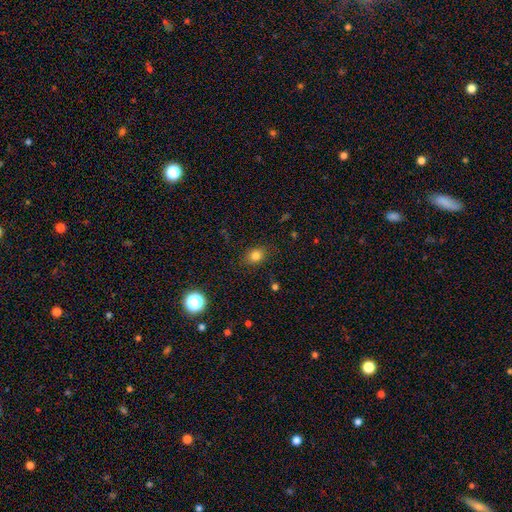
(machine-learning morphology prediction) smooth_or_featured: smooth (p=0.80) [alt: star or artifact p=0.13]
how_rounded: round (p=0.53) [alt: in between p=0.46]
merging: none (p=0.83) [alt: minor disturbance p=0.12]